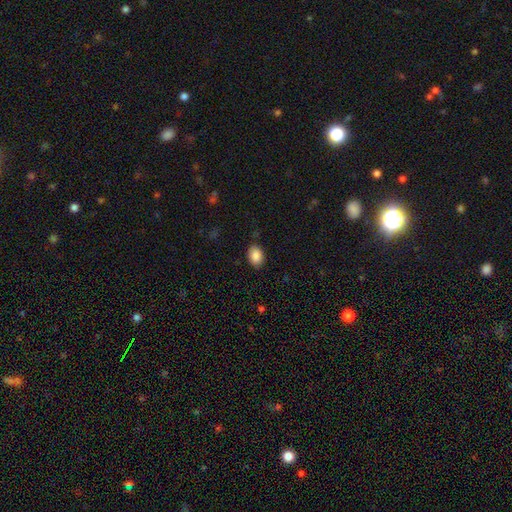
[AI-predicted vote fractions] A smooth galaxy with no disk features (88%) that is in between round and cigar-shaped (74%).

Vote fractions:
- Smooth or featured? smooth: 88% / star or artifact: 8% / featured or disk: 4%
- How rounded? in between: 74% / round: 25% / cigar-shaped: 1%
- Merging? none: 85% / minor disturbance: 11% / major disturbance: 3% / merger: 1%